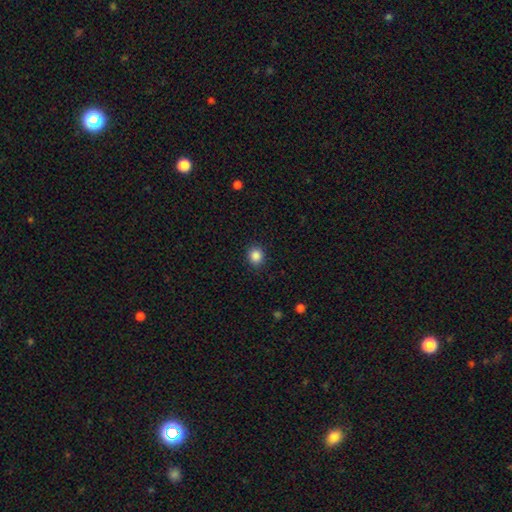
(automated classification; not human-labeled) The model was most divided on "how rounded": round: 76%, in between: 23%, cigar-shaped: 1%. More confident: merging — none (90%); smooth or featured — smooth (87%).